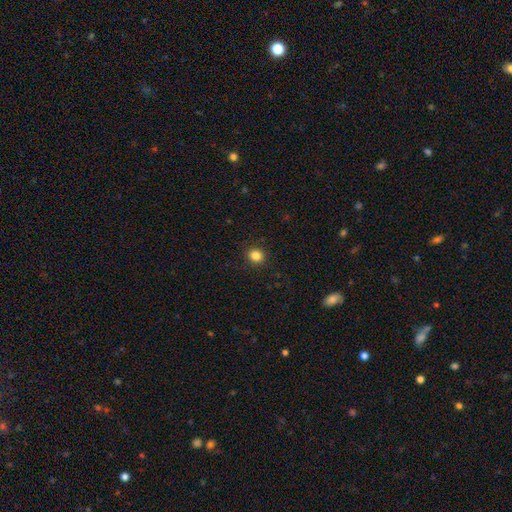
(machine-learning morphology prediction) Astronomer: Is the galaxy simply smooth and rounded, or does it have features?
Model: smooth — 84%.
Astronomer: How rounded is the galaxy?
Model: round — 73%.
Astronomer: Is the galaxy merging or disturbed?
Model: none — 91%.